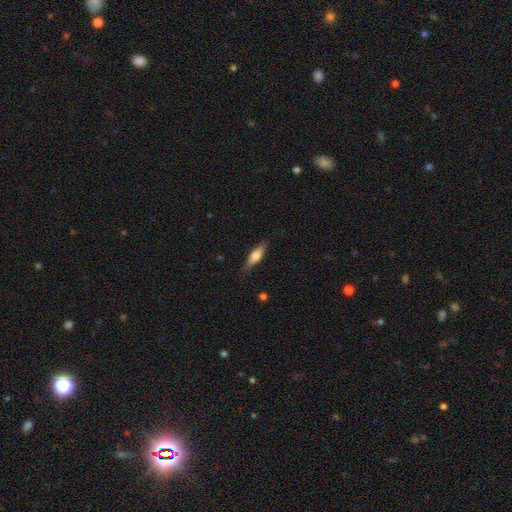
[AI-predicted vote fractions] Smooth or featured: smooth — 57% (featured or disk — 37%)
How rounded: cigar-shaped — 59% (in between — 39%)
Merging: none — 81% (minor disturbance — 15%)